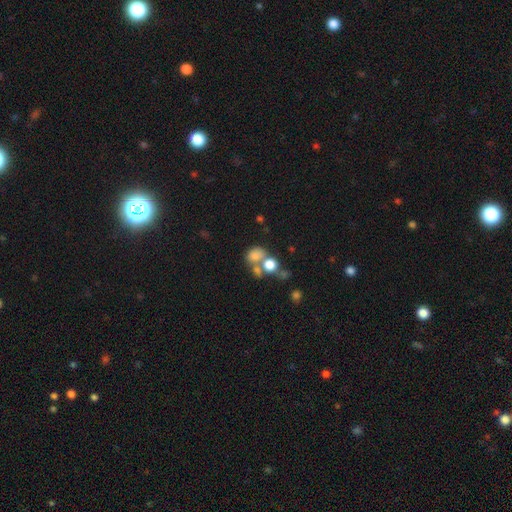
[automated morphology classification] A smooth galaxy with no disk features (71%) that is round (55%). Merging: merger (50%).